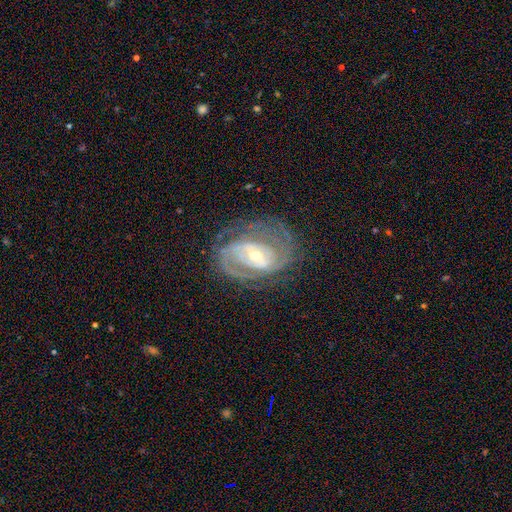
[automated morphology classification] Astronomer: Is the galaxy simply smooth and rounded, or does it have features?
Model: featured or disk — 88%.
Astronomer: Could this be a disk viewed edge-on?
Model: no — 96%.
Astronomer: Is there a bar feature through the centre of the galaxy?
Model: weak — 41% (runner-up: strong, 30%).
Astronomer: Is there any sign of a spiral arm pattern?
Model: yes — 95%.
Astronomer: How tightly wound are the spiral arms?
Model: tight — 54% (runner-up: medium, 36%).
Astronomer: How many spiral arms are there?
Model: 2 — 47%.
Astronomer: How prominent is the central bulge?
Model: small — 53% (runner-up: moderate, 43%).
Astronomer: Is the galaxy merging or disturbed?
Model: none — 68%.